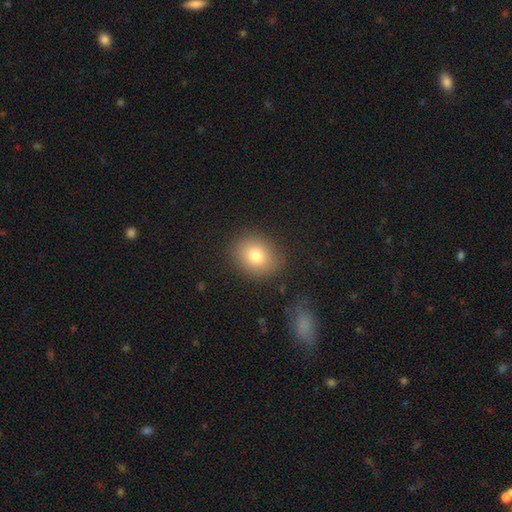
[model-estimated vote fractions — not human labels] Overall: smooth (79%). How rounded: round (63%; in between 36%). Merging: none (86%).